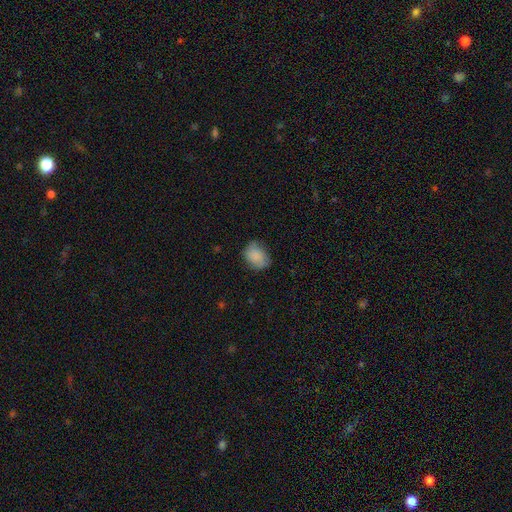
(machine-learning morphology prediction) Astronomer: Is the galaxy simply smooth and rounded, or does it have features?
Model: smooth — 84%.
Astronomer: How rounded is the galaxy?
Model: in between — 63%.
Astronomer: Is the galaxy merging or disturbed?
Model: none — 65%.